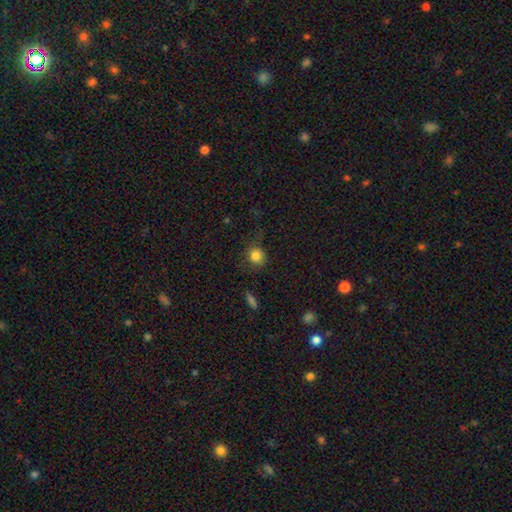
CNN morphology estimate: Smooth or featured? smooth (82%)
How rounded? round (84%)
Merging? none (75%)